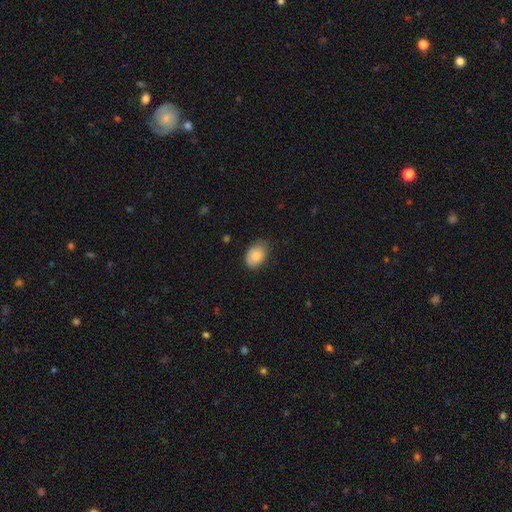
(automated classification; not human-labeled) Smooth or featured?
  - smooth: 82% *
  - featured or disk: 11%
  - star or artifact: 7%
How rounded?
  - in between: 83% *
  - round: 16%
  - cigar-shaped: 1%
Merging?
  - none: 68% *
  - minor disturbance: 27%
  - major disturbance: 5%
  - merger: 1%